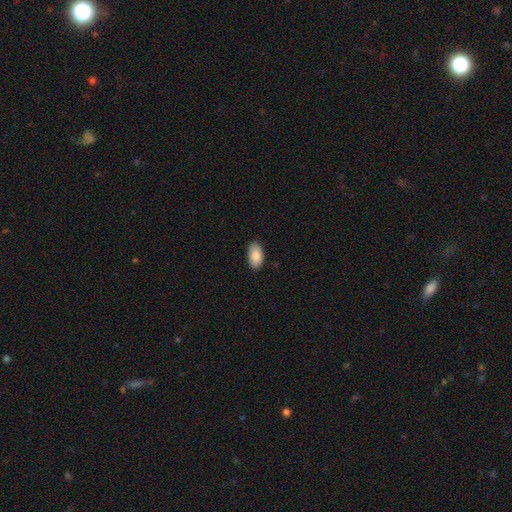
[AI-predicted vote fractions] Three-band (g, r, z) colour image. It shows a smooth galaxy with no disk features (89%) that is in between round and cigar-shaped (95%). Merging: none (88%).